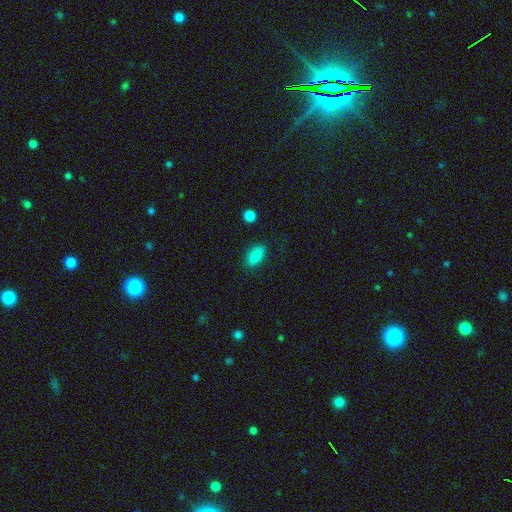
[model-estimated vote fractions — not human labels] Morphology: type=smooth (88%); roundness=in between (89%); merging=none (86%).